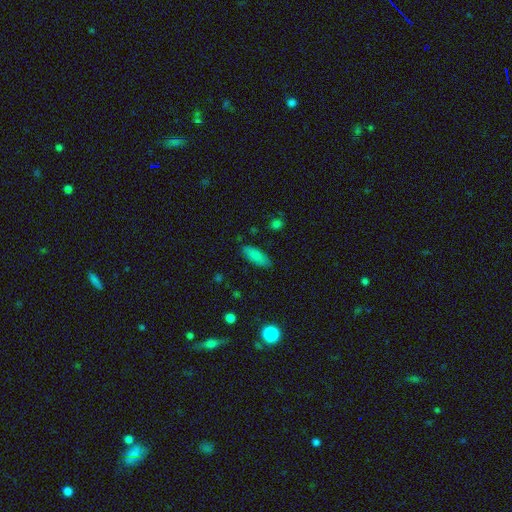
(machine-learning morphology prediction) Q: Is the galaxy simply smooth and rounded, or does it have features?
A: smooth — 83%.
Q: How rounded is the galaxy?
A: in between — 73%.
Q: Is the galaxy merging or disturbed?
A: none — 84%.